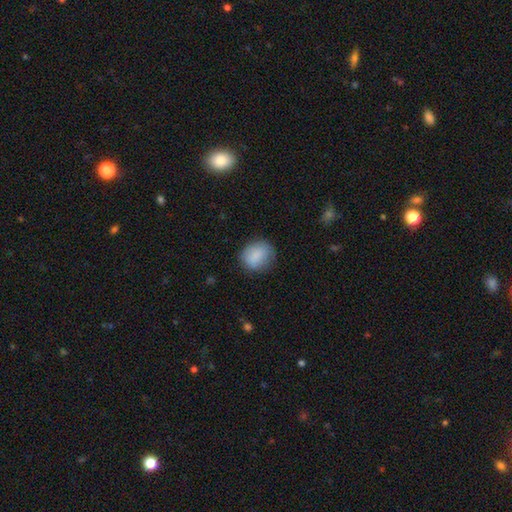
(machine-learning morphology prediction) Q: Smooth or featured?
A: smooth (87%); runner-up: star or artifact (7%)
Q: How rounded?
A: round (65%); runner-up: in between (33%)
Q: Merging?
A: none (78%); runner-up: minor disturbance (17%)